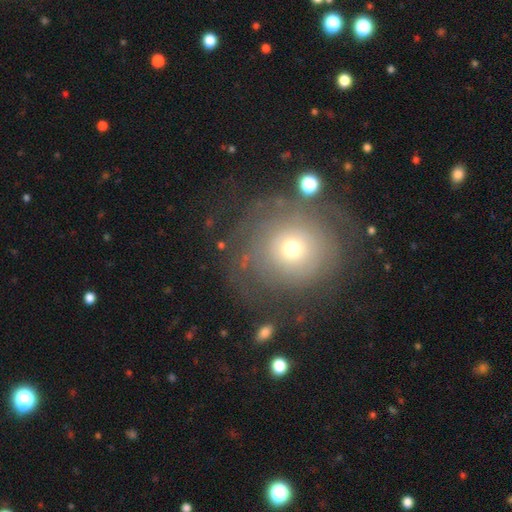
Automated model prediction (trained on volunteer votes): Q: Smooth or featured?
A: featured or disk (42%); runner-up: smooth (37%)
Q: Merging?
A: none (77%); runner-up: minor disturbance (12%)